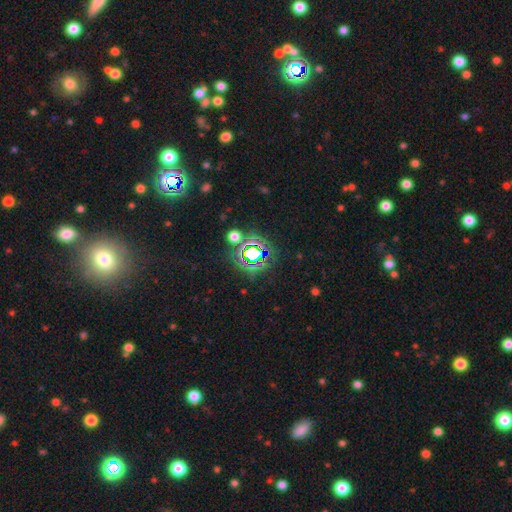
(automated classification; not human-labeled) Smooth or featured: star or artifact — 69% (smooth — 21%)